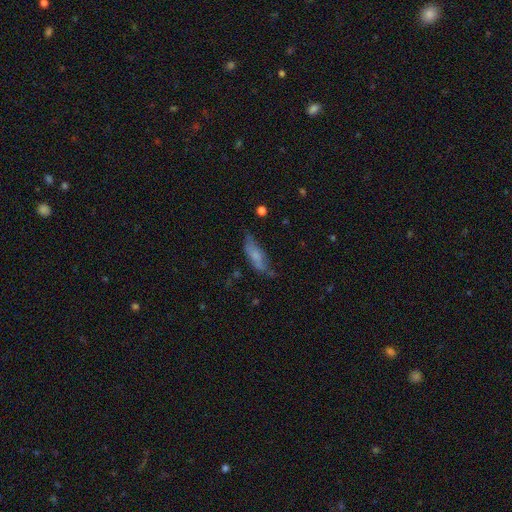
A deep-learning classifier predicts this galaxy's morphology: type=smooth (60%); roundness=in between (52%); merging=none (50%).